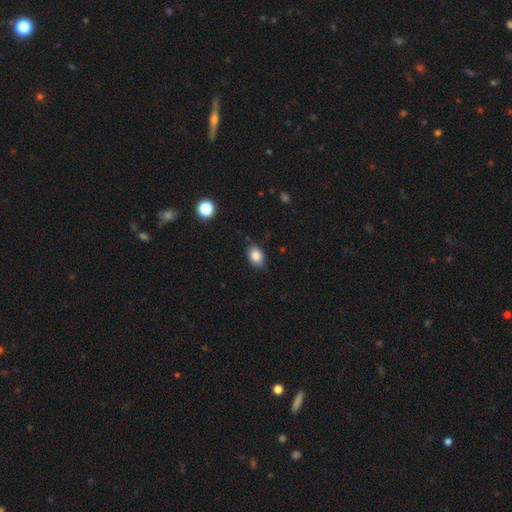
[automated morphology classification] This appears to be a smooth galaxy with no disk features (85%) that is in between round and cigar-shaped (84%). Merging: none (84%).